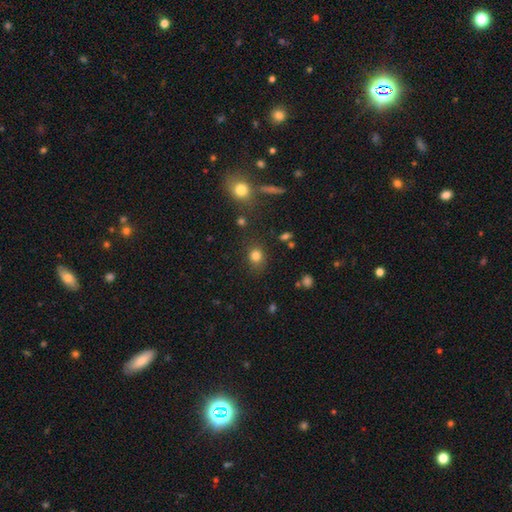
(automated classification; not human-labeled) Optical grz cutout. It shows a smooth galaxy with no disk features (80%) that is round (73%). Merging: none (79%).